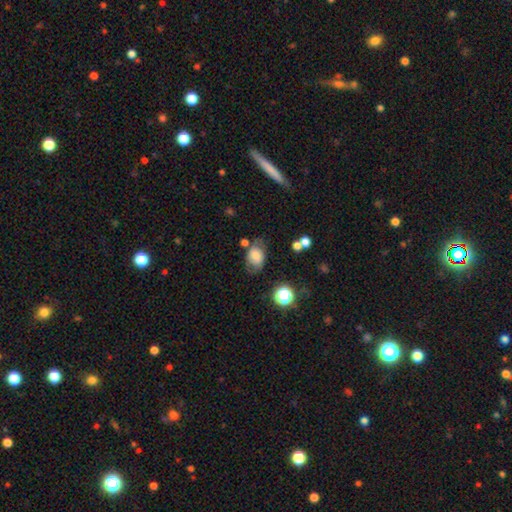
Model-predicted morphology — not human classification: Smooth or featured? smooth (71%)
How rounded? in between (75%)
Merging? none (55%)